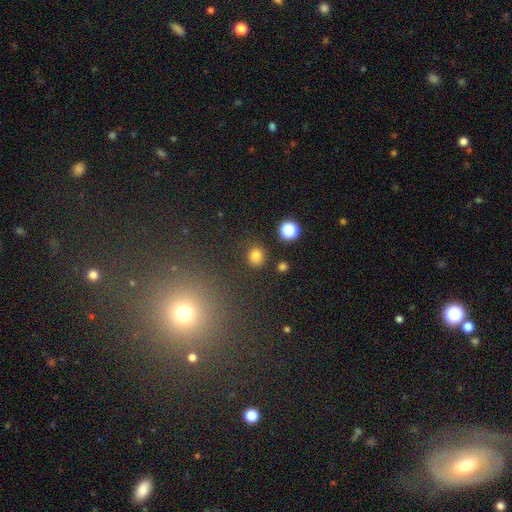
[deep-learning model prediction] Overall: smooth (81%). How rounded: round (82%). Merging: none (85%).